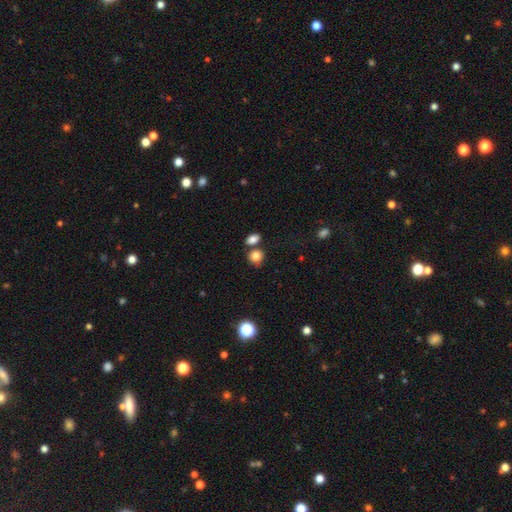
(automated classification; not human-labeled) Morphology: type=smooth (83%); roundness=round (67%); merging=none (59%).